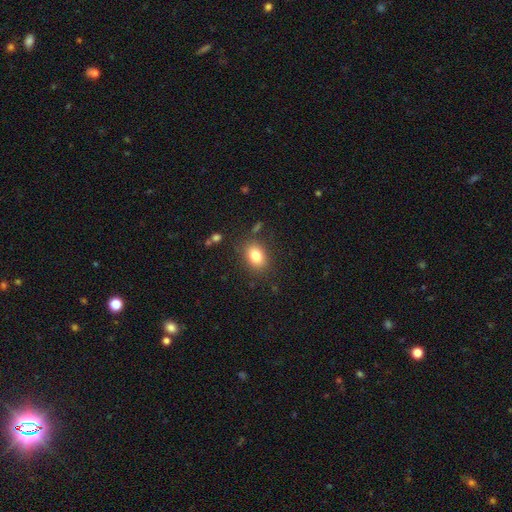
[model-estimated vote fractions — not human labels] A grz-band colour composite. It shows a smooth galaxy with no disk features (82%) that is in between round and cigar-shaped (75%). Merging: none (82%).